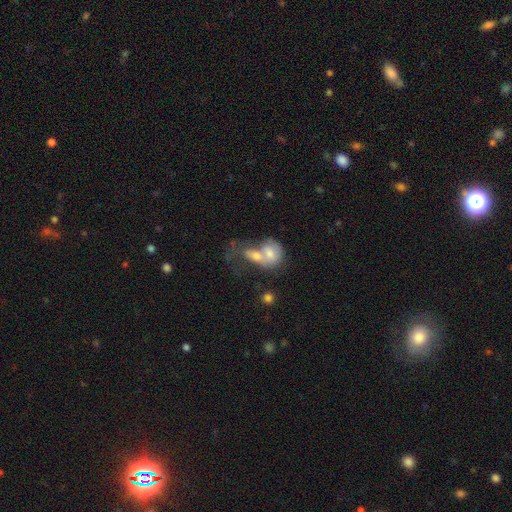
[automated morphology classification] smooth 61%, featured or disk 31%, star or artifact 8%. Down the decision tree: how rounded — in between (65%); merging — merger (75%).